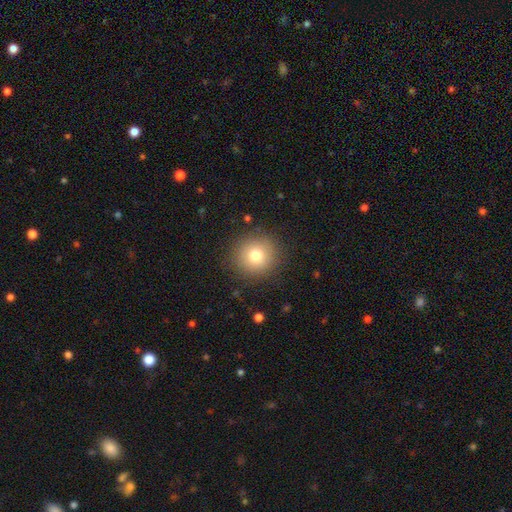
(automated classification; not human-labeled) Q: Smooth or featured?
A: smooth (77%); runner-up: star or artifact (12%)
Q: How rounded?
A: round (93%); runner-up: in between (6%)
Q: Merging?
A: none (88%); runner-up: minor disturbance (7%)